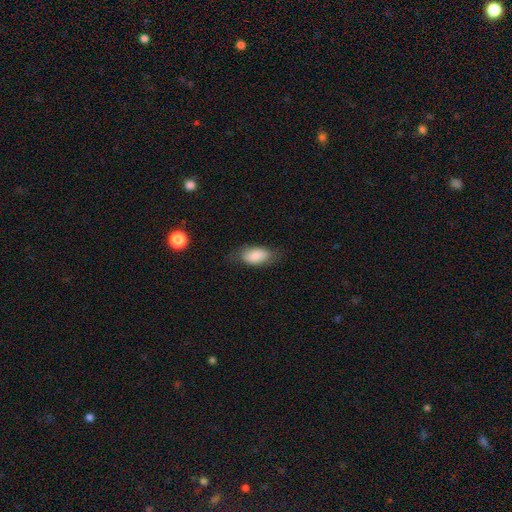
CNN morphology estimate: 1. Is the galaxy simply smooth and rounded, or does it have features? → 83% smooth, 10% featured or disk, 7% star or artifact.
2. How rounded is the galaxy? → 91% in between, 5% round, 4% cigar-shaped.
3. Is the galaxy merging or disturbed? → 70% none, 21% minor disturbance, 7% major disturbance, 1% merger.